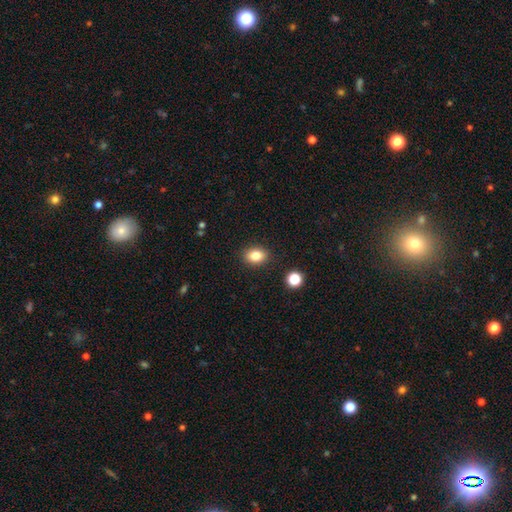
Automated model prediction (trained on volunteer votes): A smooth galaxy with no disk features (83%) that is in between round and cigar-shaped (69%). Merging: none (88%).